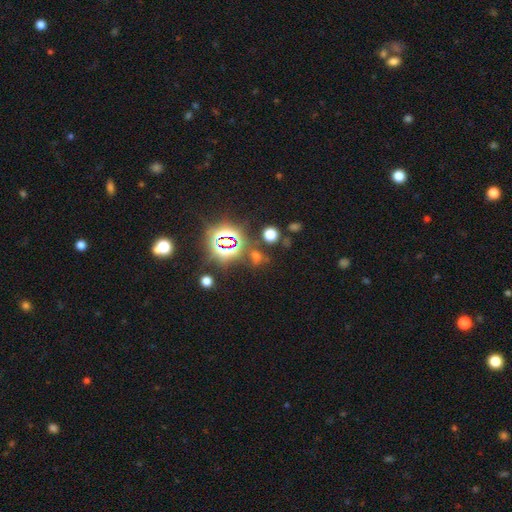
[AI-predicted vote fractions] A star or artifact, not a galaxy (58%).

Vote fractions:
- Smooth or featured? star or artifact: 58% / smooth: 34% / featured or disk: 8%